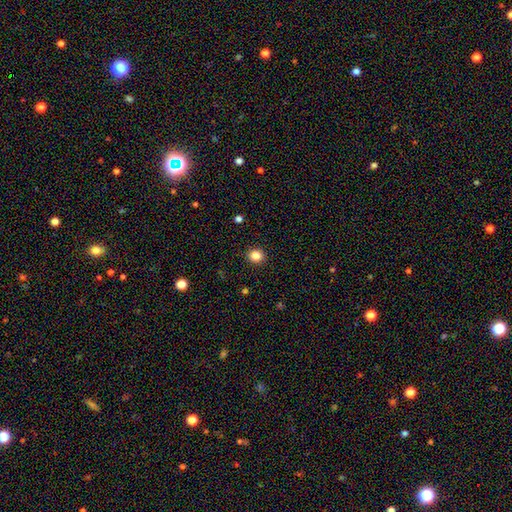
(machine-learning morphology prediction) Smooth or featured? Predicted: smooth (p=0.84). How rounded? Predicted: round (p=0.84). Merging? Predicted: none (p=0.92).